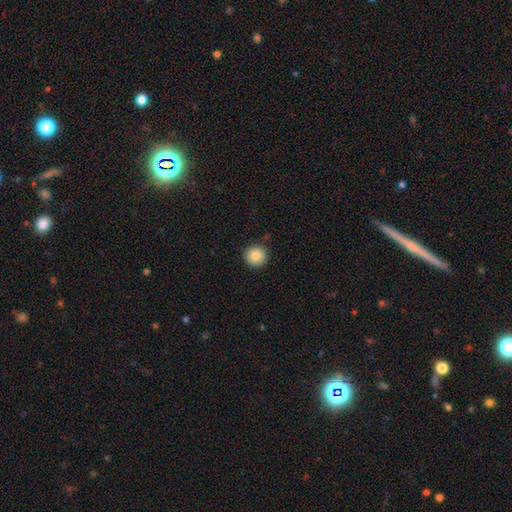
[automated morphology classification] Q: Smooth or featured?
A: smooth (86%); runner-up: star or artifact (9%)
Q: How rounded?
A: round (94%); runner-up: in between (5%)
Q: Merging?
A: none (90%); runner-up: minor disturbance (7%)